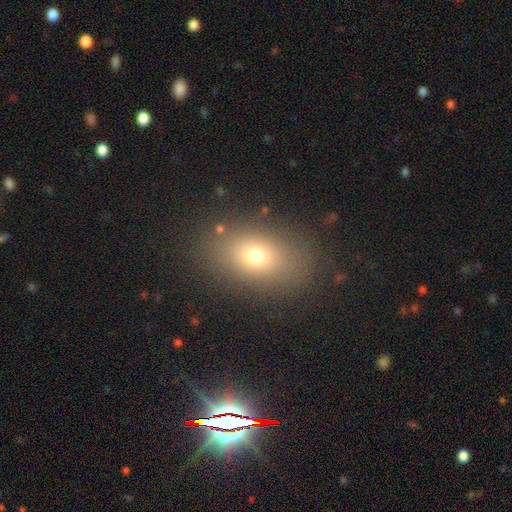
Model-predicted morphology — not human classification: smooth_or_featured: smooth (p=0.68) [alt: star or artifact p=0.17]
how_rounded: in between (p=0.78) [alt: round p=0.20]
merging: none (p=0.84) [alt: minor disturbance p=0.09]